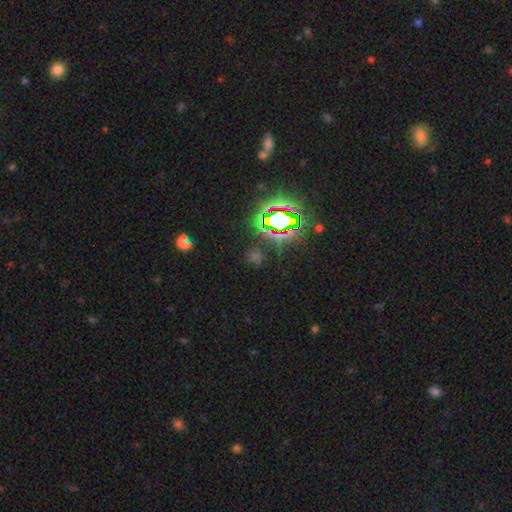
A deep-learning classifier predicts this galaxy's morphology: Smooth or featured?
  - star or artifact: 71% *
  - smooth: 21%
  - featured or disk: 8%